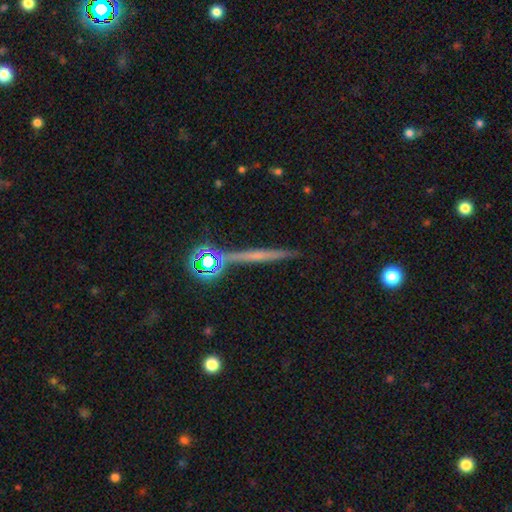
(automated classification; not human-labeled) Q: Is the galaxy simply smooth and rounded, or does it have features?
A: featured or disk — 53%.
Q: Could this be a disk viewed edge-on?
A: yes — 95%.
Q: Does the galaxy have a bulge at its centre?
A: none — 69%.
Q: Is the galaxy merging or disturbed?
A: none — 84%.